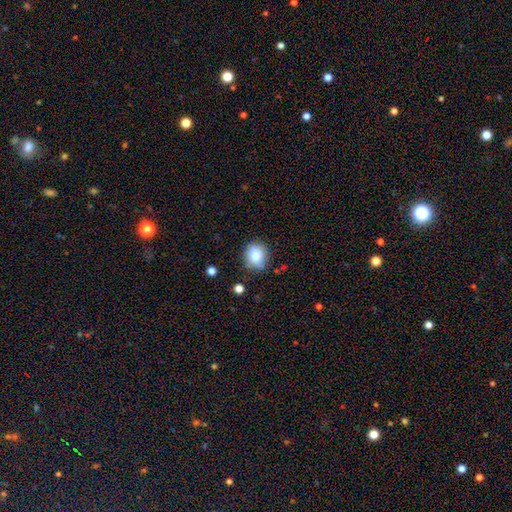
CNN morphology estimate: A smooth galaxy with no disk features (73%) that is round (75%). Merging: none (77%).